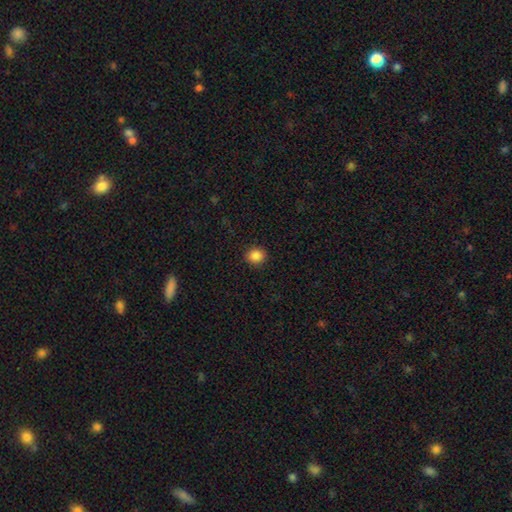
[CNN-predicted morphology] The model was most divided on "how rounded": round: 82%, in between: 17%, cigar-shaped: 1%. More confident: merging — none (90%); smooth or featured — smooth (87%).